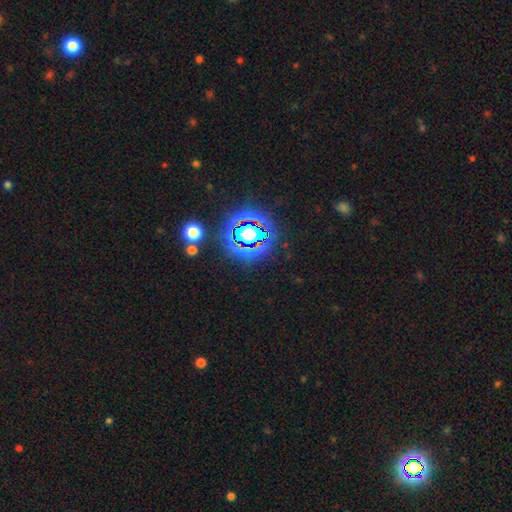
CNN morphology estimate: A star or artifact, not a galaxy (84%).